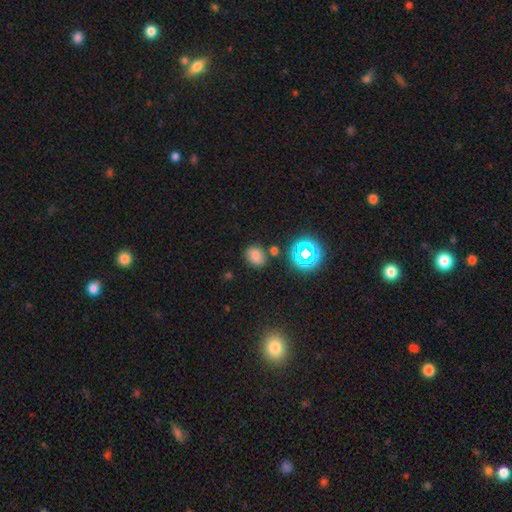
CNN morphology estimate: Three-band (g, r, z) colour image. It shows a smooth galaxy with no disk features (72%) that is round (59%). Merging: none (75%).